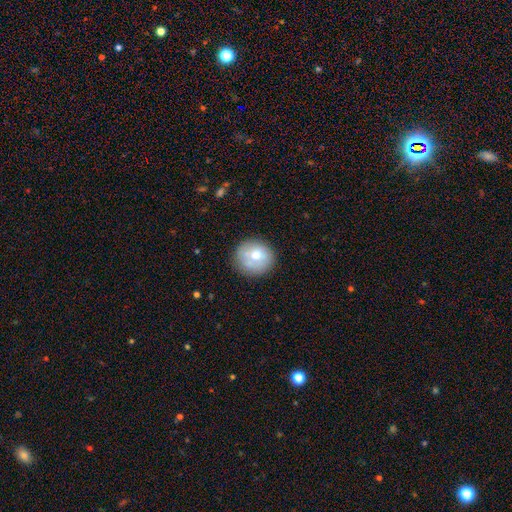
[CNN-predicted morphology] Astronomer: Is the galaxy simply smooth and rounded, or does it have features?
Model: smooth — 69%.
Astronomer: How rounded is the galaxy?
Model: round — 87%.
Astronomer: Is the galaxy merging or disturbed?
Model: none — 74%.